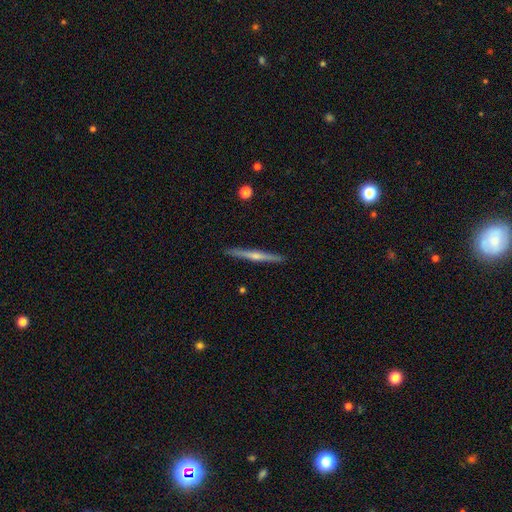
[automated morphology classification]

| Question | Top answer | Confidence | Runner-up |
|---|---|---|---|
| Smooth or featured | featured or disk | 71% | smooth (23%) |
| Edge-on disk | yes | 97% | no (3%) |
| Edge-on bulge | rounded | 77% | none (17%) |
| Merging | none | 91% | minor disturbance (6%) |